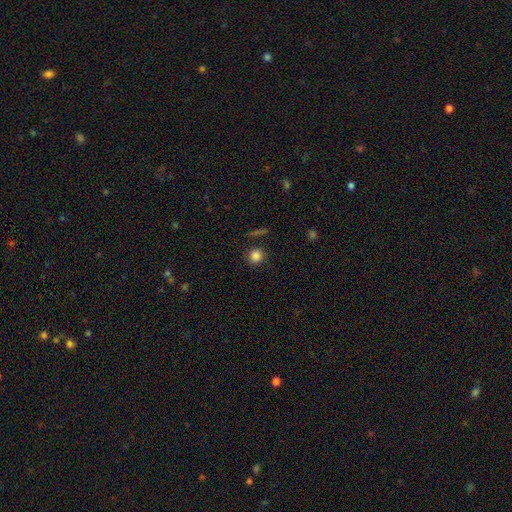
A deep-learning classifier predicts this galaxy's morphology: Smooth or featured?
  - smooth: 83% *
  - star or artifact: 12%
  - featured or disk: 5%
How rounded?
  - round: 90% *
  - in between: 9%
  - cigar-shaped: 1%
Merging?
  - none: 87% *
  - minor disturbance: 8%
  - major disturbance: 3%
  - merger: 2%